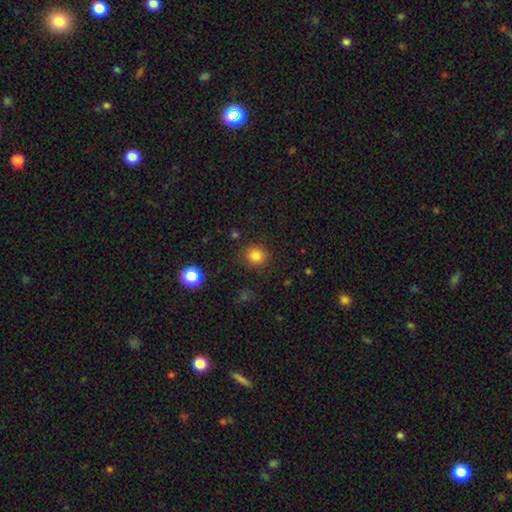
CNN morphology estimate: smooth_or_featured: smooth (p=0.83) [alt: star or artifact p=0.12]
how_rounded: round (p=0.86) [alt: in between p=0.13]
merging: none (p=0.86) [alt: minor disturbance p=0.09]